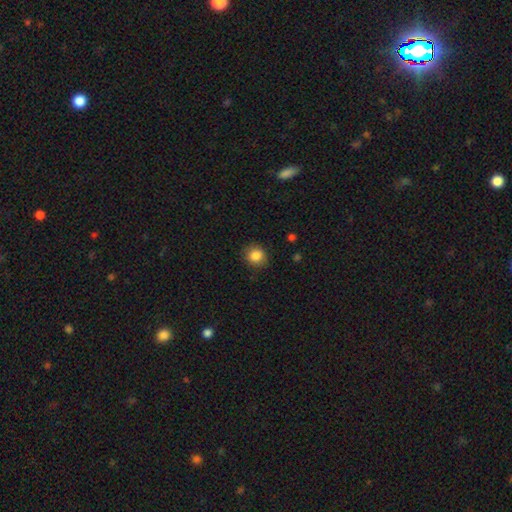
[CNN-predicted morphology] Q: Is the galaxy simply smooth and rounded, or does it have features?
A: smooth — 85%.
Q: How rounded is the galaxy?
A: round — 80%.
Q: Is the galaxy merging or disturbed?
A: none — 85%.